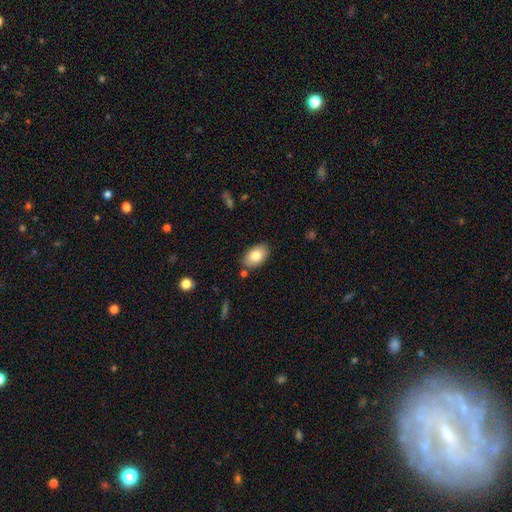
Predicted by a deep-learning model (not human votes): This appears to be a smooth galaxy with no disk features (81%) that is in between round and cigar-shaped (92%). Merging: none (83%).